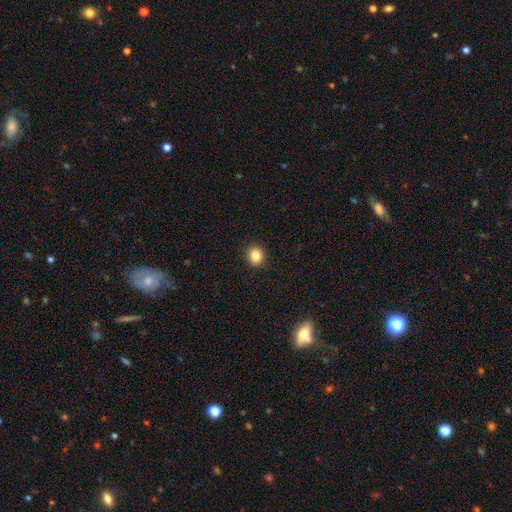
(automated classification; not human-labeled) Smooth or featured? smooth (85%)
How rounded? round (82%)
Merging? none (92%)